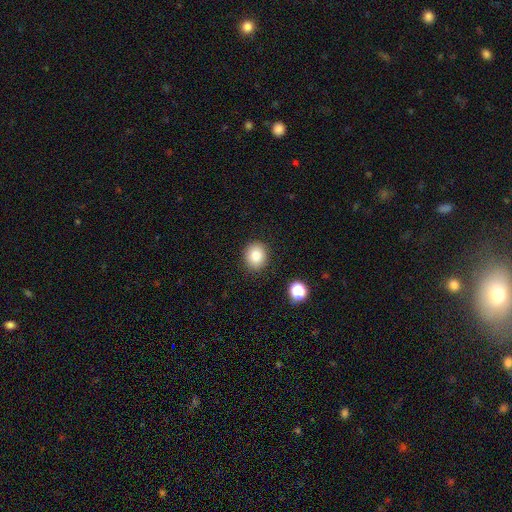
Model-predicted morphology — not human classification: This is clearly a smooth galaxy (83%). How rounded: likely round (72%). Merging: clearly none (88%).